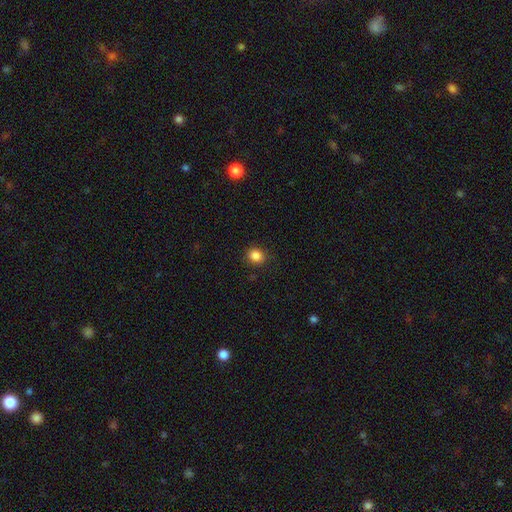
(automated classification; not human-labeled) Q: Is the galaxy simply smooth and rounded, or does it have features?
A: smooth — 86%.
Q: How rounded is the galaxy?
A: round — 82%.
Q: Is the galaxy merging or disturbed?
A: none — 88%.